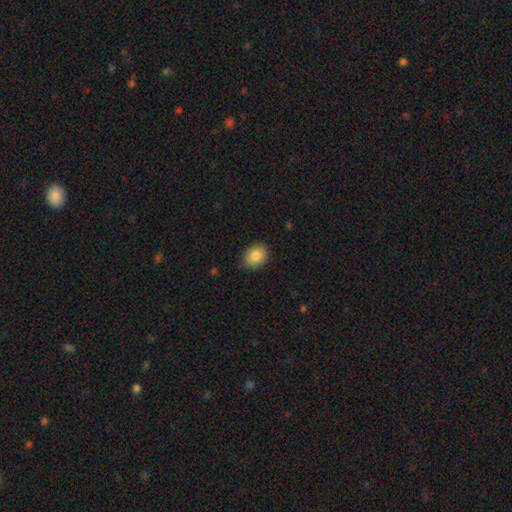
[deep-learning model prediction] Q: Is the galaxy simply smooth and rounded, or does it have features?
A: smooth — 85%.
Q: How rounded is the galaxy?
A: round — 50%.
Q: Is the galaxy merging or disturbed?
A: none — 82%.